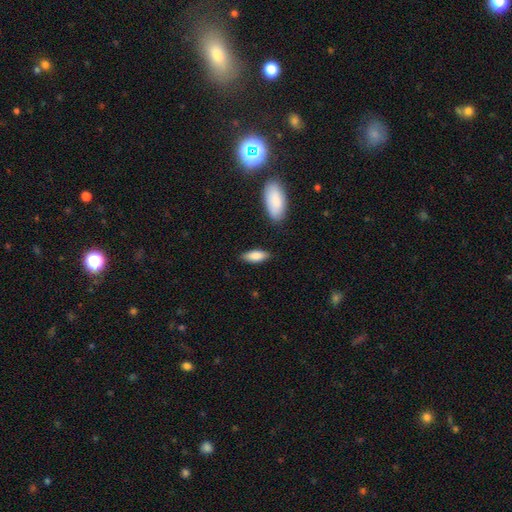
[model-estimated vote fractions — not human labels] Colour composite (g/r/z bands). It shows a smooth galaxy with no disk features (84%) that is in between round and cigar-shaped (77%). Merging: none (84%).